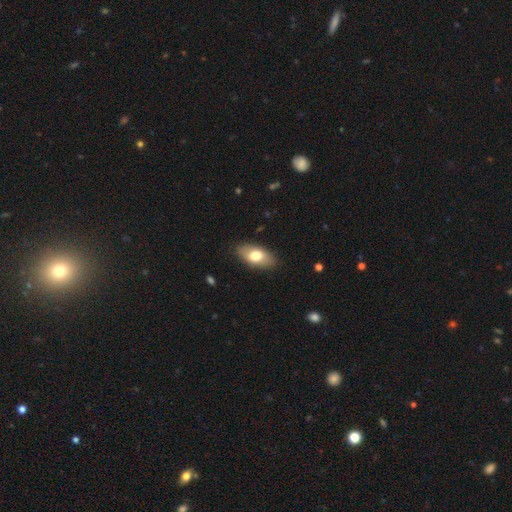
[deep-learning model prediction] This appears to be a smooth galaxy with no disk features (72%) that is in between round and cigar-shaped (91%). Merging: none (86%).